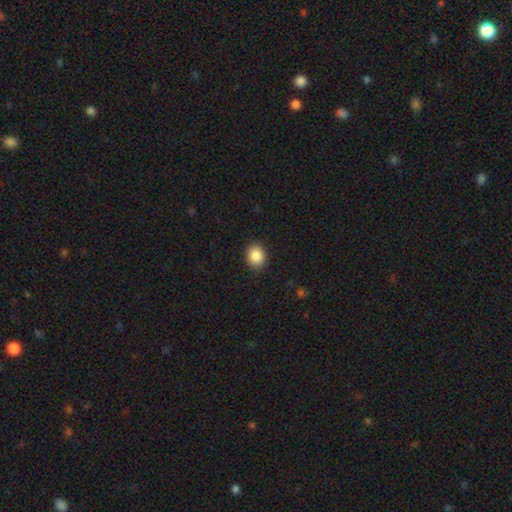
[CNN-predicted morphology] Smooth or featured?
  - smooth: 88% *
  - star or artifact: 8%
  - featured or disk: 4%
How rounded?
  - round: 57% *
  - in between: 42%
  - cigar-shaped: 1%
Merging?
  - none: 88% *
  - minor disturbance: 9%
  - major disturbance: 2%
  - merger: 1%